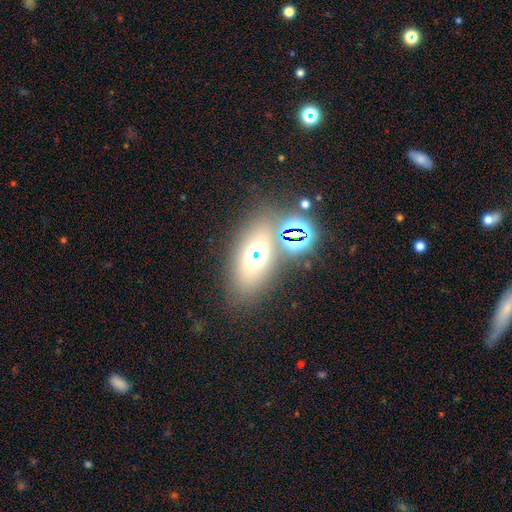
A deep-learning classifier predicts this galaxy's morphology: This appears to be a smooth galaxy with no disk features (48%). Merging: none (74%).